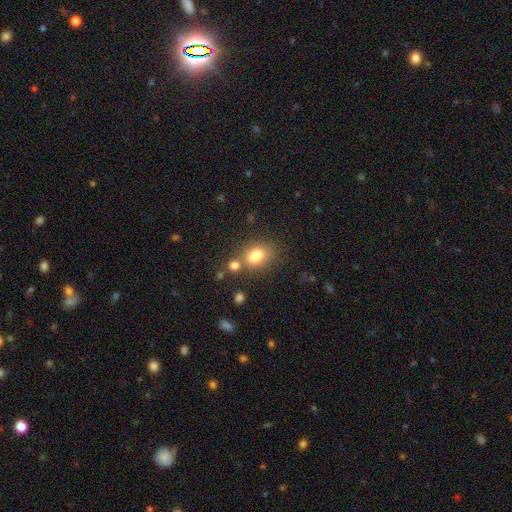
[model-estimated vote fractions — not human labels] This appears to be a smooth galaxy with no disk features (80%) that is in between round and cigar-shaped (62%). Merging: none (61%).